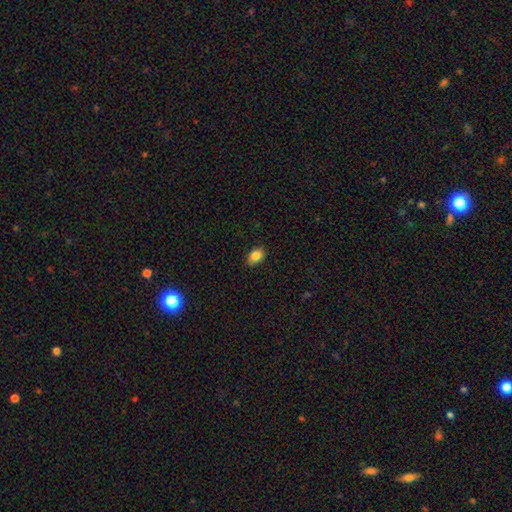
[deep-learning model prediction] Morphology: type=smooth (85%); roundness=in between (78%); merging=none (87%).